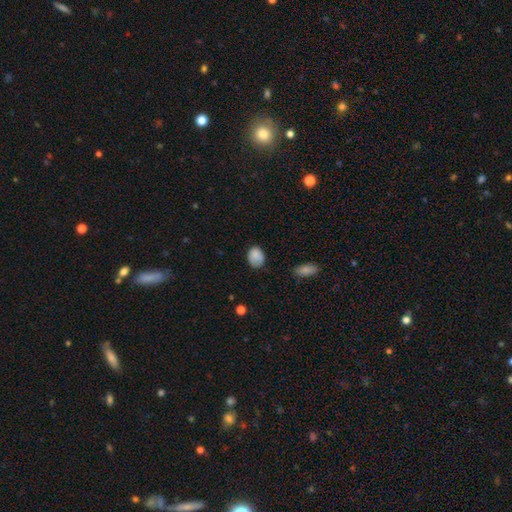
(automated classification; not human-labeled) A smooth galaxy with no disk features (86%) that is in between round and cigar-shaped (61%). Merging: none (68%).